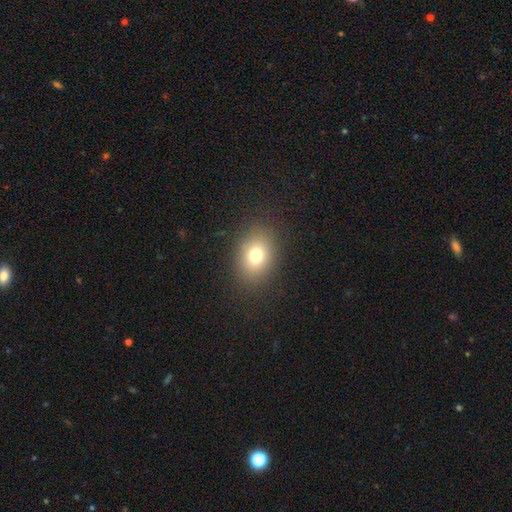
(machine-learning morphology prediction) Smooth or featured: smooth — 74% (star or artifact — 14%)
How rounded: in between — 63% (round — 36%)
Merging: none — 85% (minor disturbance — 9%)